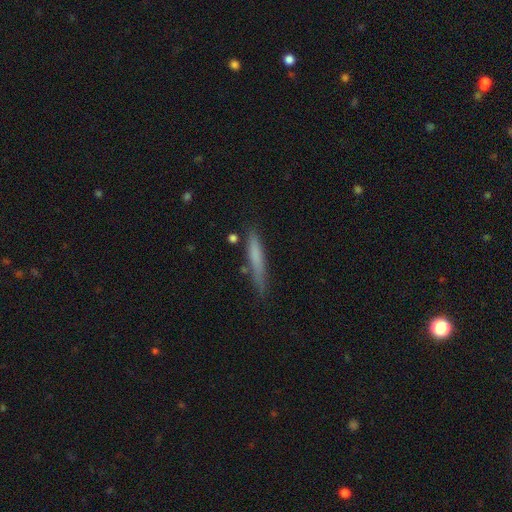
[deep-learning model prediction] Morphology: type=smooth (67%); roundness=cigar-shaped (94%); merging=none (74%).